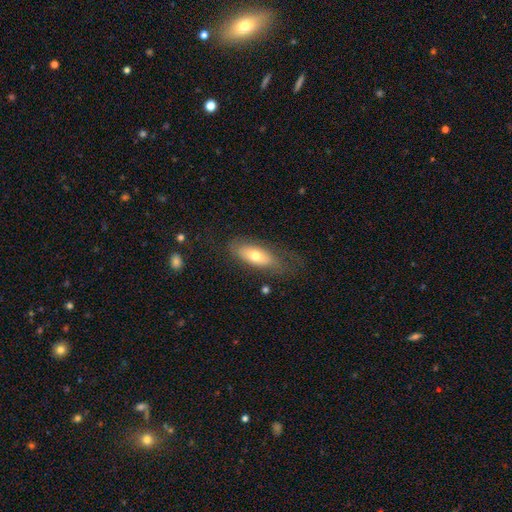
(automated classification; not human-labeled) This appears to be a smooth galaxy with no disk features (63%) that is in between round and cigar-shaped (73%). Merging: none (61%).